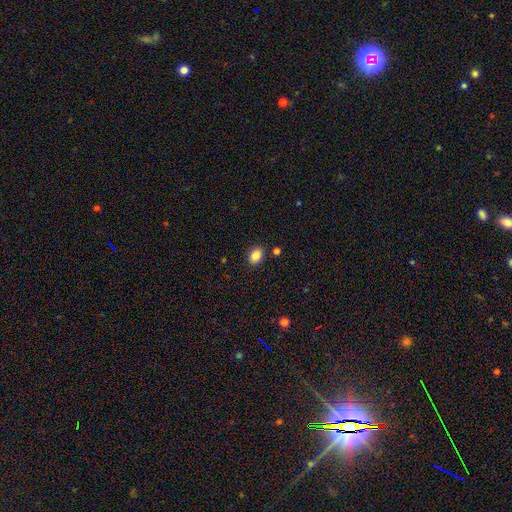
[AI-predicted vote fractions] smooth 85%, star or artifact 9%, featured or disk 6%. Down the decision tree: how rounded — in between (67%); merging — none (87%).